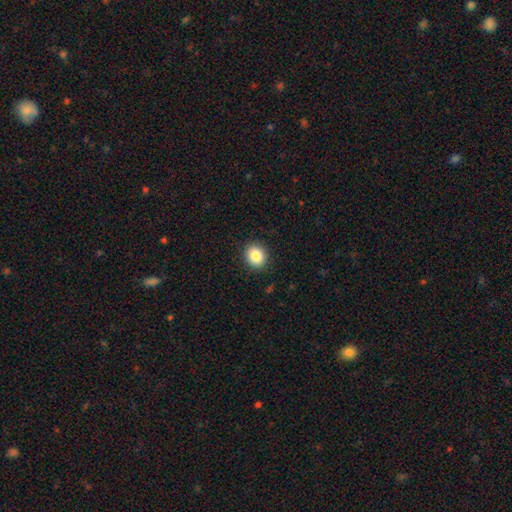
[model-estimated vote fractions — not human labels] Smooth or featured?
  - smooth: 86% *
  - star or artifact: 9%
  - featured or disk: 5%
How rounded?
  - round: 74% *
  - in between: 25%
  - cigar-shaped: 1%
Merging?
  - none: 91% *
  - minor disturbance: 6%
  - major disturbance: 2%
  - merger: 1%